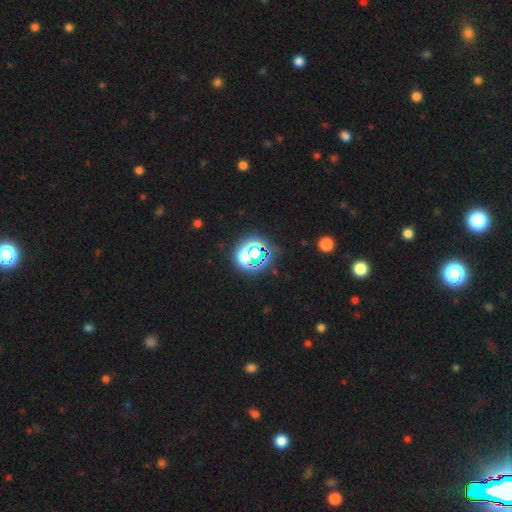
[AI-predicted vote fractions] This appears to be a star or artifact, not a galaxy (68%).